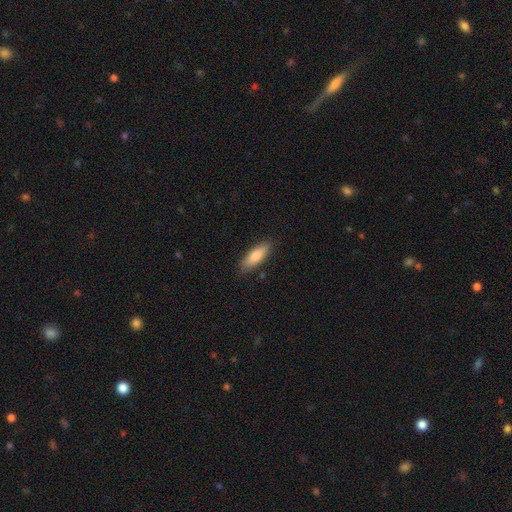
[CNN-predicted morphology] This is clearly a smooth galaxy (81%). How rounded: possibly in between (55%). Merging: clearly none (86%).